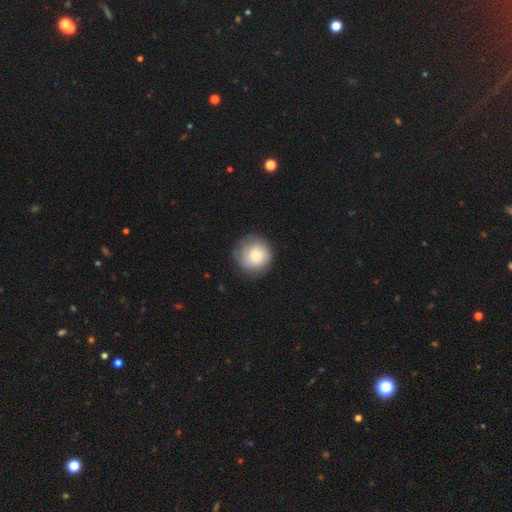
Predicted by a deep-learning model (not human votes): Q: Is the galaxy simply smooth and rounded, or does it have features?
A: smooth — 79%.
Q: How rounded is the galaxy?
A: round — 93%.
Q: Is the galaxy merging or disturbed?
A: none — 77%.